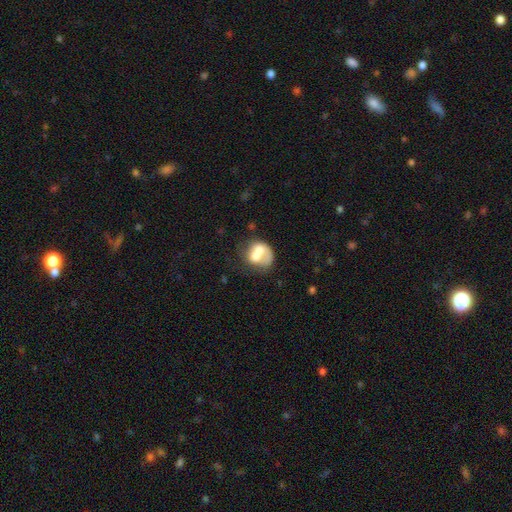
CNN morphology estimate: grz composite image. It shows a smooth galaxy with no disk features (51%) that is in between round and cigar-shaped (50%). Merging: merger (51%).